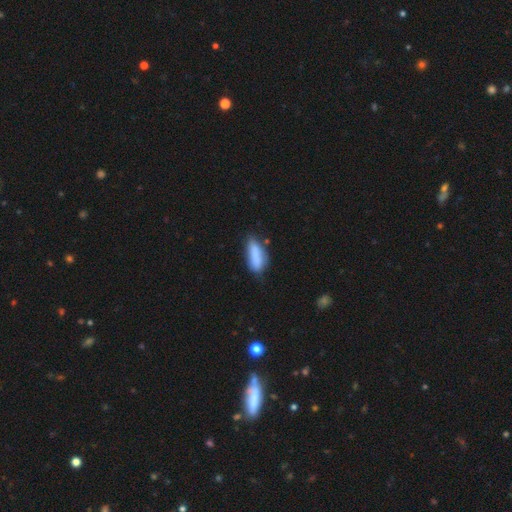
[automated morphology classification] This appears to be a smooth galaxy with no disk features (81%) that is in between round and cigar-shaped (69%). Merging: none (52%).